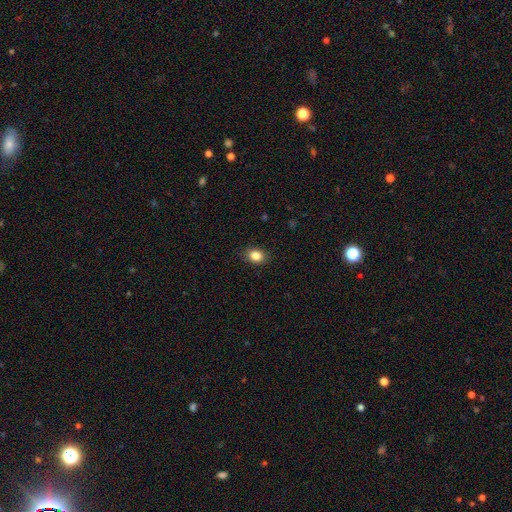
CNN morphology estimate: Overall: smooth (85%). How rounded: in between (58%; round 41%). Merging: none (88%).